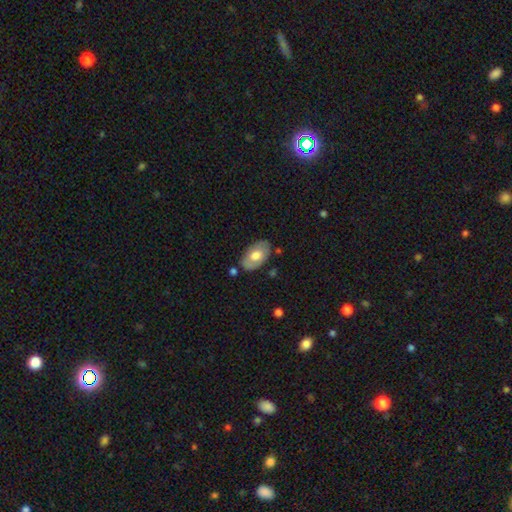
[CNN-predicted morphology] The model was most divided on "smooth or featured": smooth: 60%, featured or disk: 35%, star or artifact: 5%. More confident: how rounded — in between (93%); merging — none (76%).